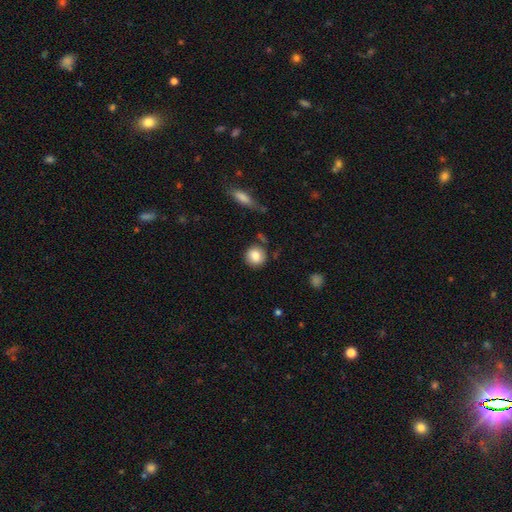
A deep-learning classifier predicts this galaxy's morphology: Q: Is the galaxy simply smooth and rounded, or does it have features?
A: smooth — 85%.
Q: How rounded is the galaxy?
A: round — 90%.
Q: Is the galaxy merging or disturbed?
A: none — 82%.